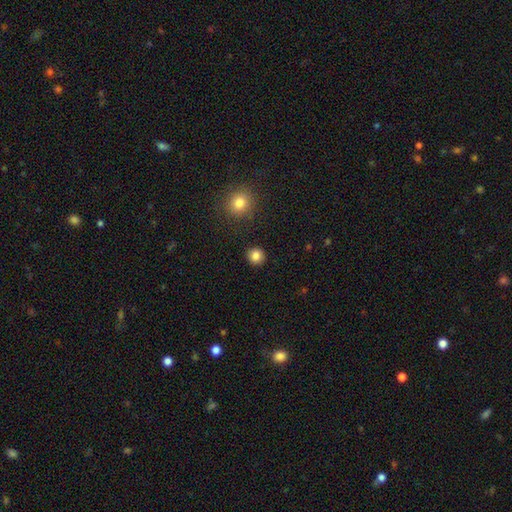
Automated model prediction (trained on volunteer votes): A smooth galaxy with no disk features (85%) that is round (93%).

Vote fractions:
- Smooth or featured? smooth: 85% / star or artifact: 11% / featured or disk: 4%
- How rounded? round: 93% / in between: 6% / cigar-shaped: 1%
- Merging? none: 91% / minor disturbance: 5% / major disturbance: 2% / merger: 2%